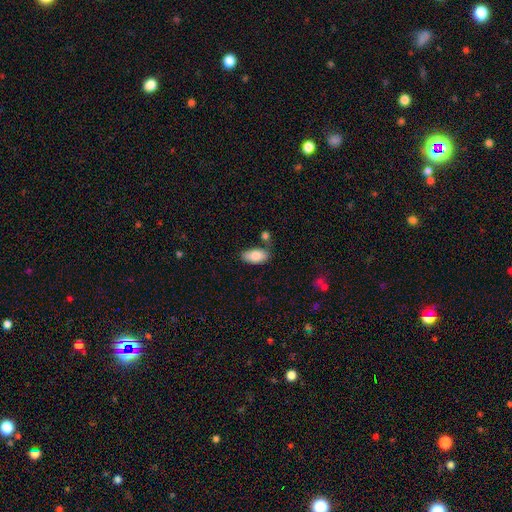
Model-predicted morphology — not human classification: smooth 84%, featured or disk 9%, star or artifact 7%. Down the decision tree: how rounded — in between (94%); merging — none (71%).